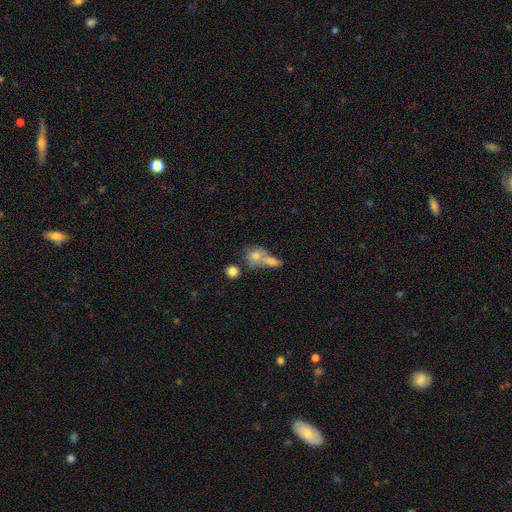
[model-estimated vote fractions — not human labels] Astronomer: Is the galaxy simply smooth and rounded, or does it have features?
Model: smooth — 71%.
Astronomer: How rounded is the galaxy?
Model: round — 59% (runner-up: in between, 37%).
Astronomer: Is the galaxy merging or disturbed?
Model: merger — 55%.